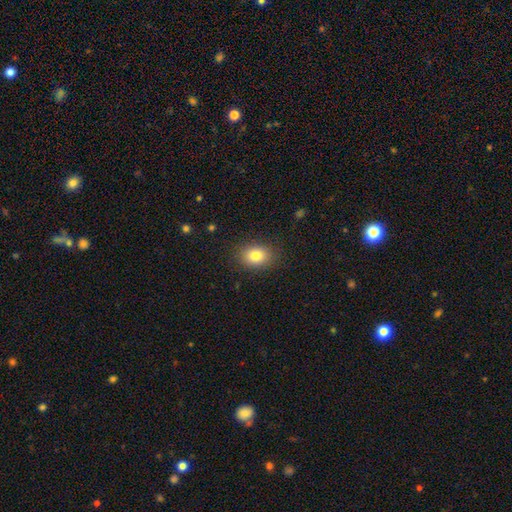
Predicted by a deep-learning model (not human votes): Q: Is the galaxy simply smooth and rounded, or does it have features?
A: smooth — 82%.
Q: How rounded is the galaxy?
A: in between — 64%.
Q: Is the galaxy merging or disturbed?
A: none — 86%.